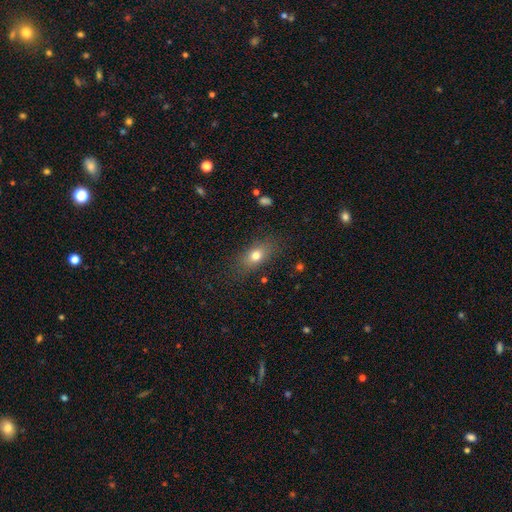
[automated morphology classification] The model was most divided on "how rounded": in between: 75%, round: 17%, cigar-shaped: 8%. More confident: merging — none (80%); smooth or featured — smooth (75%).